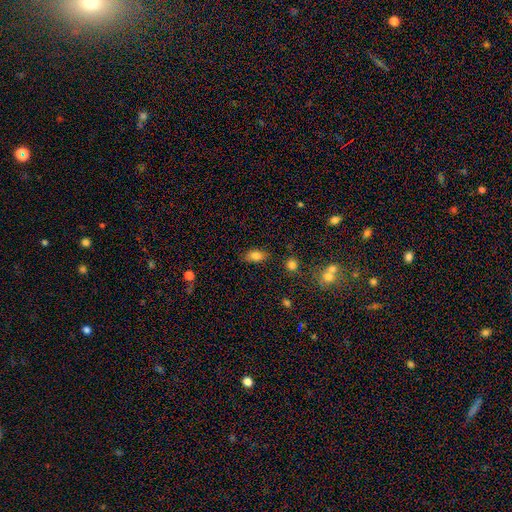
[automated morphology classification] smooth 82%, star or artifact 10%, featured or disk 8%. Down the decision tree: how rounded — in between (85%); merging — none (80%).